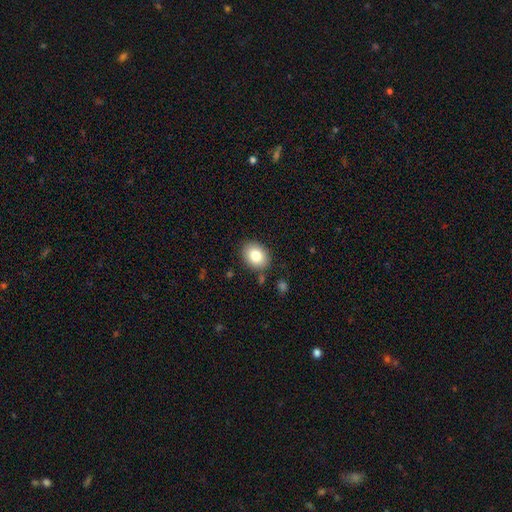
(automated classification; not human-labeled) This is clearly a smooth galaxy (82%). How rounded: possibly in between (58%). Merging: clearly none (85%).